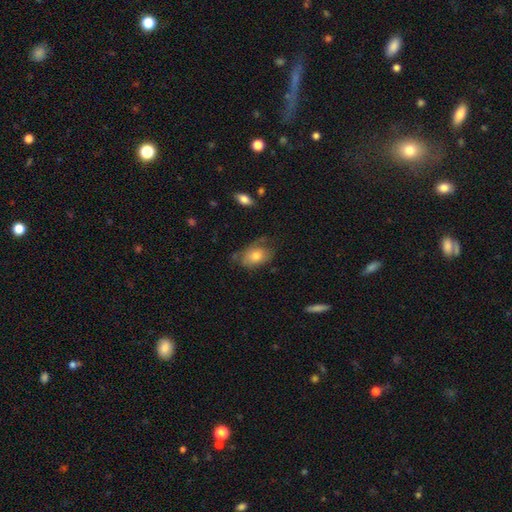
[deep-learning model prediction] A smooth galaxy with no disk features (64%) that is in between round and cigar-shaped (85%).

Vote fractions:
- Smooth or featured? smooth: 64% / featured or disk: 28% / star or artifact: 7%
- How rounded? in between: 85% / round: 13% / cigar-shaped: 2%
- Merging? none: 50% / minor disturbance: 32% / major disturbance: 17% / merger: 2%